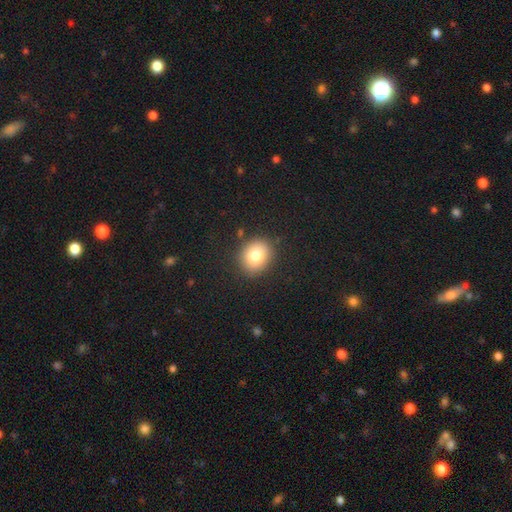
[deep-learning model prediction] A smooth galaxy with no disk features (78%) that is round (71%). Merging: none (87%).